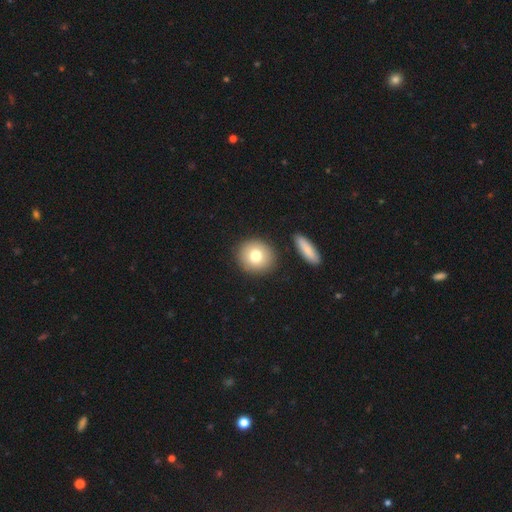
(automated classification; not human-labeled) Q: Smooth or featured?
A: smooth (77%); runner-up: featured or disk (14%)
Q: How rounded?
A: round (87%); runner-up: in between (12%)
Q: Merging?
A: none (87%); runner-up: minor disturbance (7%)